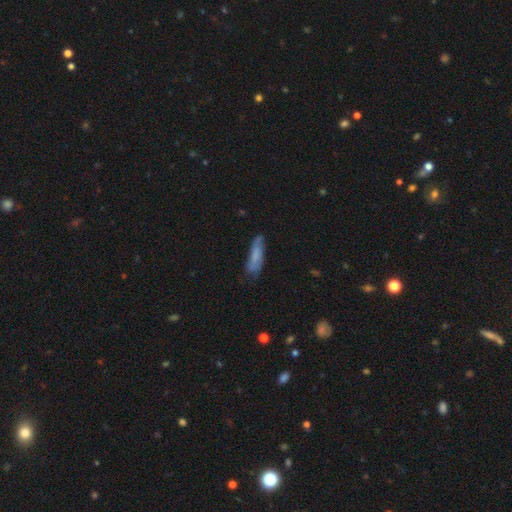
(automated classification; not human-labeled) A smooth galaxy with no disk features (63%) that is cigar-shaped (65%).

Vote fractions:
- Smooth or featured? smooth: 63% / featured or disk: 29% / star or artifact: 8%
- How rounded? cigar-shaped: 65% / in between: 33% / round: 2%
- Merging? none: 61% / minor disturbance: 27% / major disturbance: 9% / merger: 3%